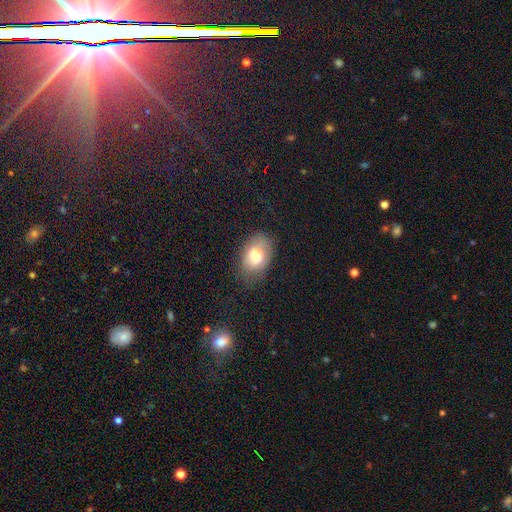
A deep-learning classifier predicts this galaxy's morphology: This appears to be a smooth galaxy with no disk features (70%) that is in between round and cigar-shaped (81%). Merging: none (67%).